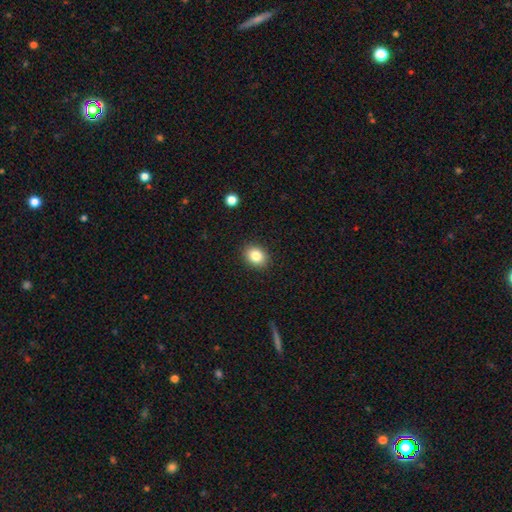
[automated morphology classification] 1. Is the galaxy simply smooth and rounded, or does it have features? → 84% smooth, 9% star or artifact, 6% featured or disk.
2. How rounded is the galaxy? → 50% round, 49% in between, 1% cigar-shaped.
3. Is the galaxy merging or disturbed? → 90% none, 7% minor disturbance, 2% major disturbance, 1% merger.